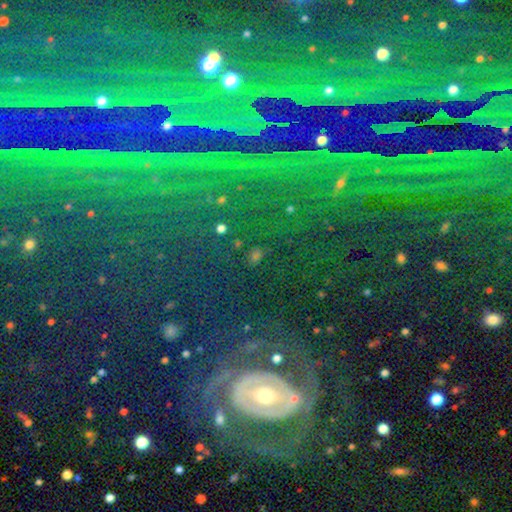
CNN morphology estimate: The model was most divided on "smooth or featured": smooth: 48%, star or artifact: 42%, featured or disk: 10%. More confident: merging — none (76%).